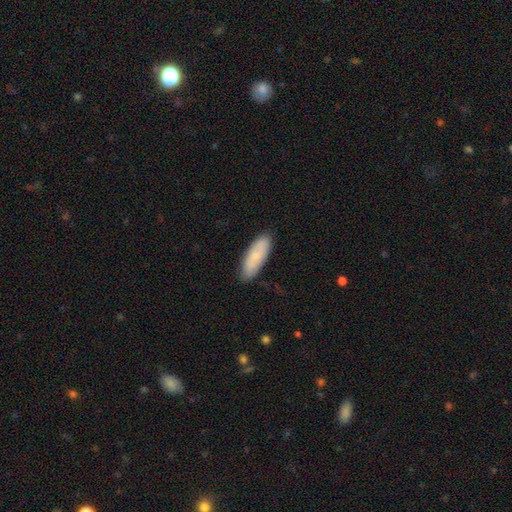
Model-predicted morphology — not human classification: smooth_or_featured: smooth (p=0.77) [alt: featured or disk p=0.18]
how_rounded: in between (p=0.62) [alt: cigar-shaped p=0.36]
merging: none (p=0.86) [alt: minor disturbance p=0.11]